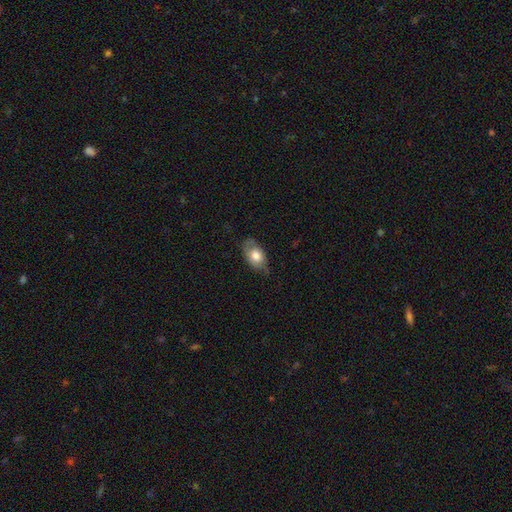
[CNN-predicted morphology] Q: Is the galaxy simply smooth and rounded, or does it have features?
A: smooth — 71%.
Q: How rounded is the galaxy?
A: in between — 88%.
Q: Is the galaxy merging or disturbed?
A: none — 66%.